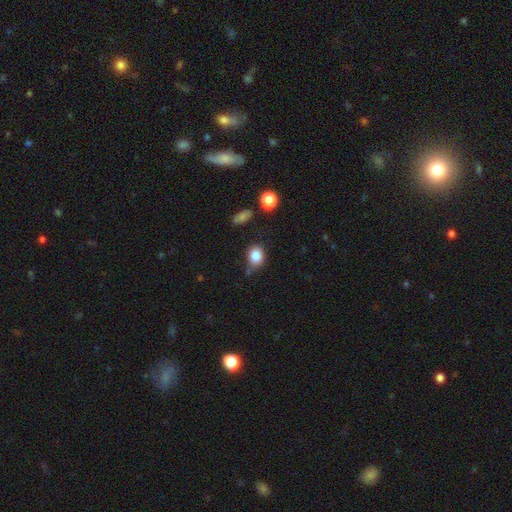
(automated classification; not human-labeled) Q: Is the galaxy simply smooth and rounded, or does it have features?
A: smooth — 83%.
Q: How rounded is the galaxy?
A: round — 54%.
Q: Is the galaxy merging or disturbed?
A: none — 67%.